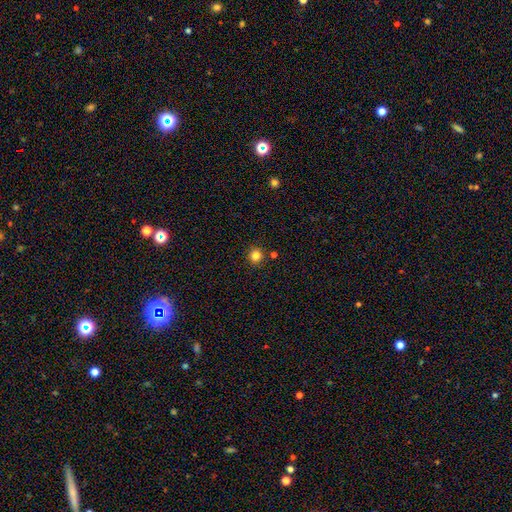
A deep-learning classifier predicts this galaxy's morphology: Smooth or featured? smooth (82%)
How rounded? round (91%)
Merging? none (87%)